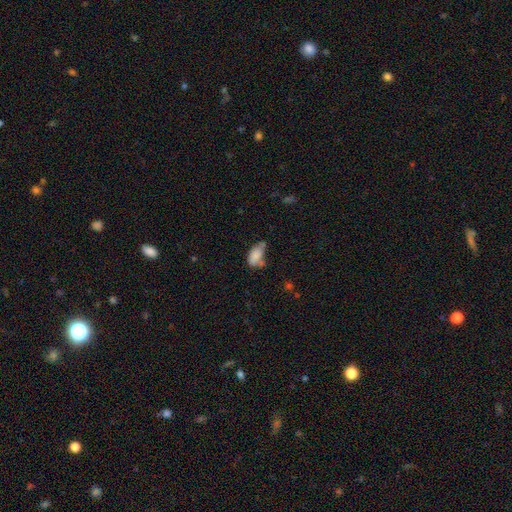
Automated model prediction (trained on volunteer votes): The model was most divided on "merging" (2-way tie): minor disturbance: 35%, none: 35%, merger: 16%, major disturbance: 15%. More confident: how rounded — in between (90%); smooth or featured — smooth (80%).